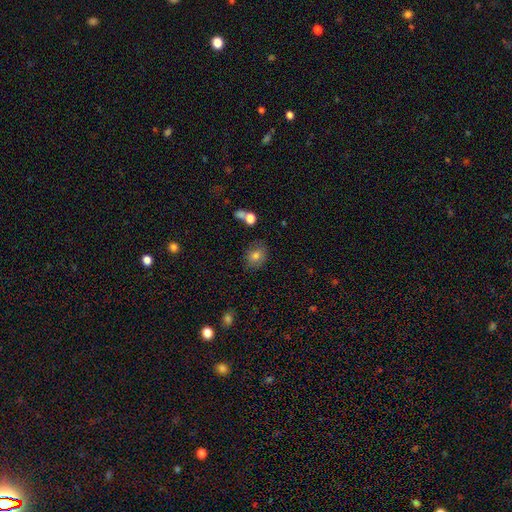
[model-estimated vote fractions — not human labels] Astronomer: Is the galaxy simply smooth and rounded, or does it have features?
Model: smooth — 78%.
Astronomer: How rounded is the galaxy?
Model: round — 57% (runner-up: in between, 42%).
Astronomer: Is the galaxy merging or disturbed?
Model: none — 77%.